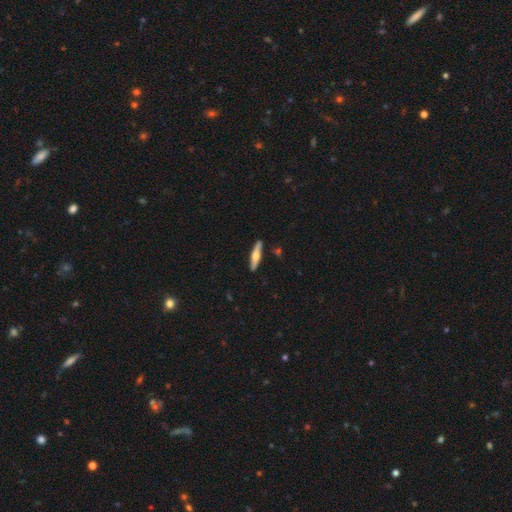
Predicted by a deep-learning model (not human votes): featured or disk 53%, smooth 41%, star or artifact 5%. Down the decision tree: edge-on disk — yes (94%); edge-on bulge — rounded (92%); merging — none (89%).